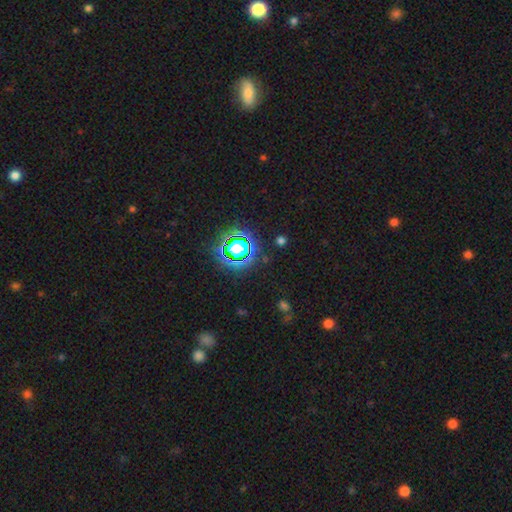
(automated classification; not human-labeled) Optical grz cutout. It shows a star or artifact, not a galaxy (76%).